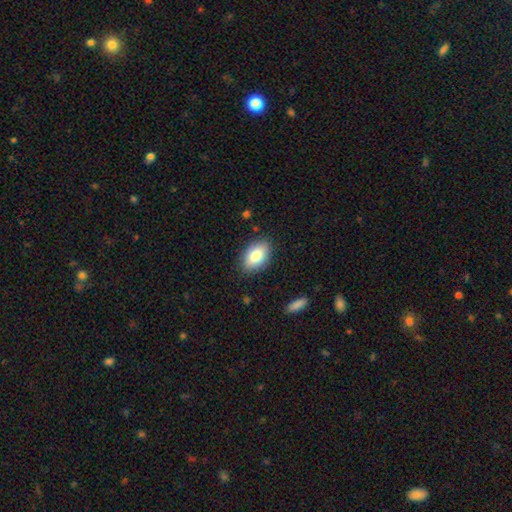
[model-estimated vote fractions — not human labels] This is likely a smooth galaxy (80%). How rounded: clearly in between (89%). Merging: clearly none (85%).